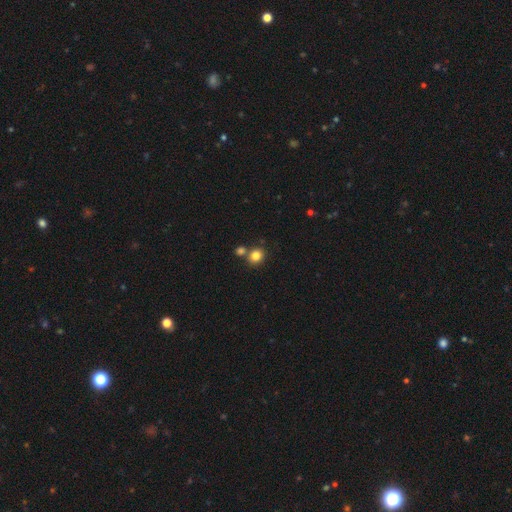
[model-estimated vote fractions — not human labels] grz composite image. It shows a smooth galaxy with no disk features (82%) that is round (78%). Merging: none (66%).